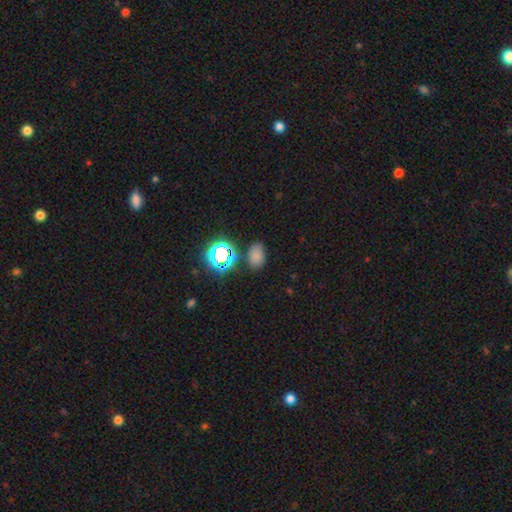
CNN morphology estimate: This is likely a smooth galaxy (70%). How rounded: clearly in between (81%). Merging: likely none (79%).